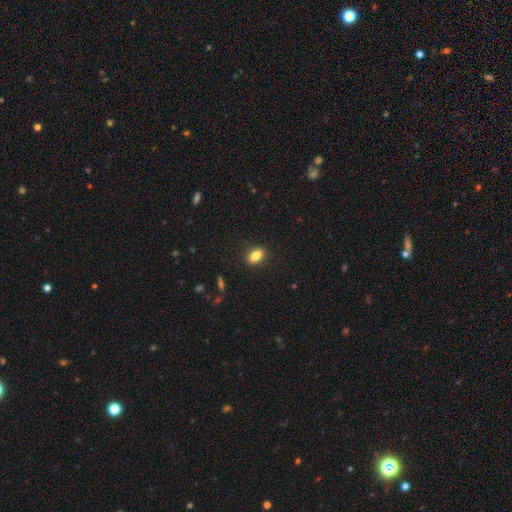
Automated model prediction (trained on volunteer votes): This appears to be a smooth galaxy with no disk features (84%) that is in between round and cigar-shaped (83%). Merging: none (88%).